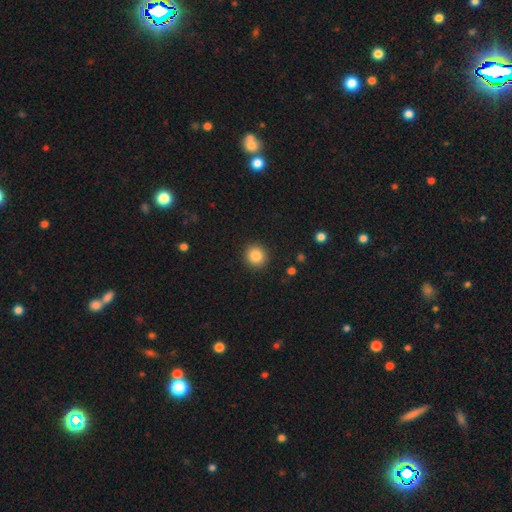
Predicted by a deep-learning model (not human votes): Q: Smooth or featured?
A: smooth (86%); runner-up: star or artifact (9%)
Q: How rounded?
A: round (92%); runner-up: in between (7%)
Q: Merging?
A: none (92%); runner-up: minor disturbance (5%)